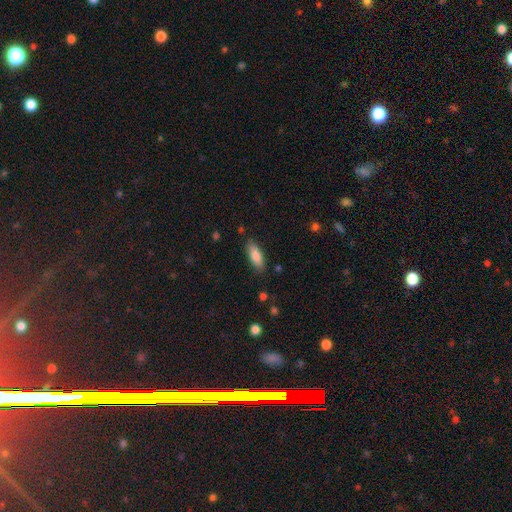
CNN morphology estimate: Smooth or featured? smooth (84%)
How rounded? in between (73%)
Merging? none (85%)